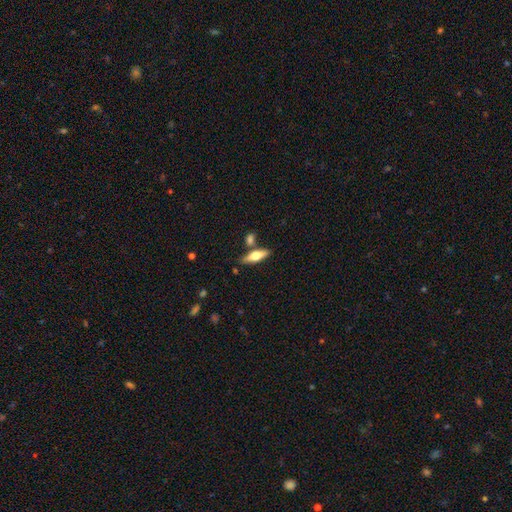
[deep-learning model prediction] smooth_or_featured: smooth (p=0.51) [alt: featured or disk p=0.43]
how_rounded: cigar-shaped (p=0.53) [alt: in between p=0.44]
merging: none (p=0.72) [alt: merger p=0.13]